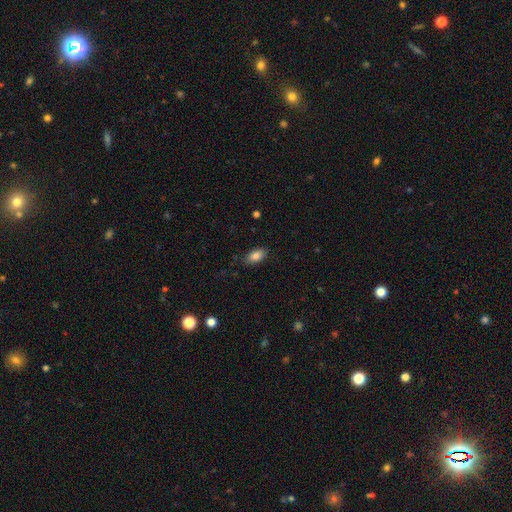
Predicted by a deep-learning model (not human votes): Q: Smooth or featured?
A: smooth (86%); runner-up: star or artifact (8%)
Q: How rounded?
A: in between (91%); runner-up: round (6%)
Q: Merging?
A: none (83%); runner-up: minor disturbance (13%)